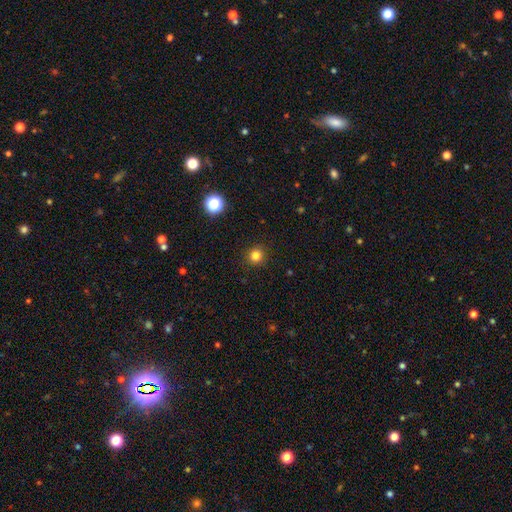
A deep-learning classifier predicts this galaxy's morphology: Smooth or featured? smooth (82%)
How rounded? round (92%)
Merging? none (91%)